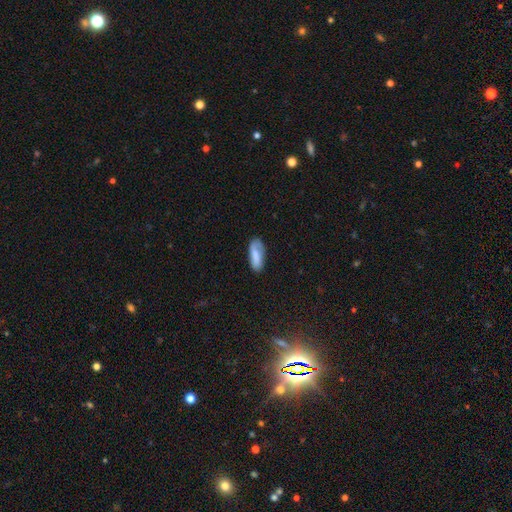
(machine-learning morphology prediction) Overall: smooth (75%). How rounded: in between (72%). Merging: none (70%).